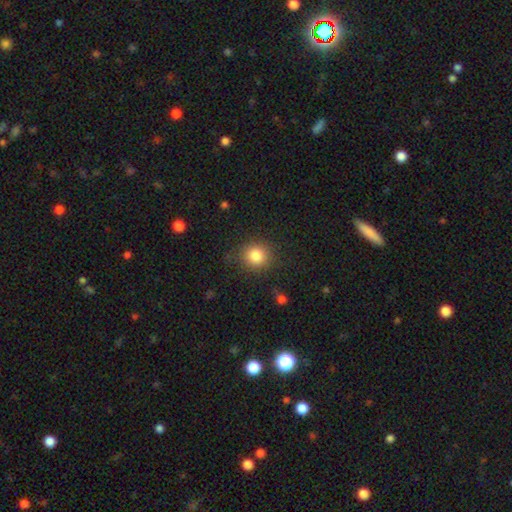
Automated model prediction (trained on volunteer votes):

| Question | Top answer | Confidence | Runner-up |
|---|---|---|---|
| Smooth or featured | smooth | 83% | star or artifact (11%) |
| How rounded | round | 88% | in between (11%) |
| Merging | none | 86% | minor disturbance (9%) |